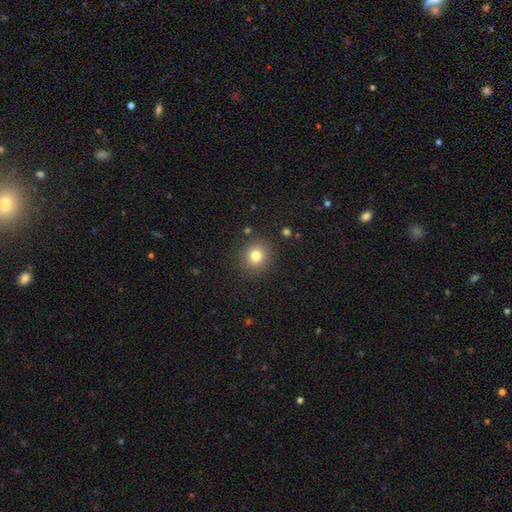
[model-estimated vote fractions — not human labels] Q: Smooth or featured?
A: smooth (80%); runner-up: star or artifact (12%)
Q: How rounded?
A: round (88%); runner-up: in between (11%)
Q: Merging?
A: none (89%); runner-up: minor disturbance (7%)